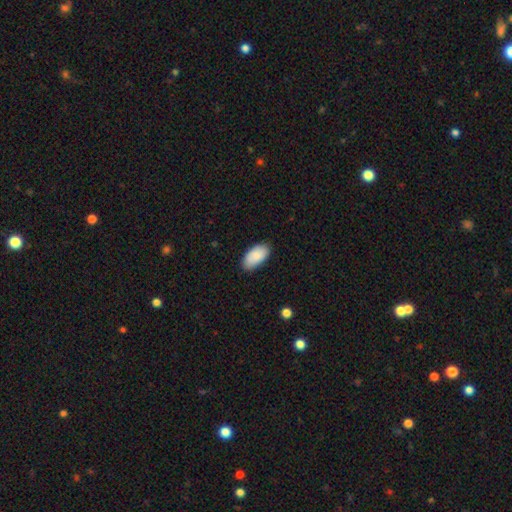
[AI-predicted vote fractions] Smooth or featured: smooth — 87% (featured or disk — 7%)
How rounded: in between — 95% (cigar-shaped — 2%)
Merging: none — 80% (minor disturbance — 16%)